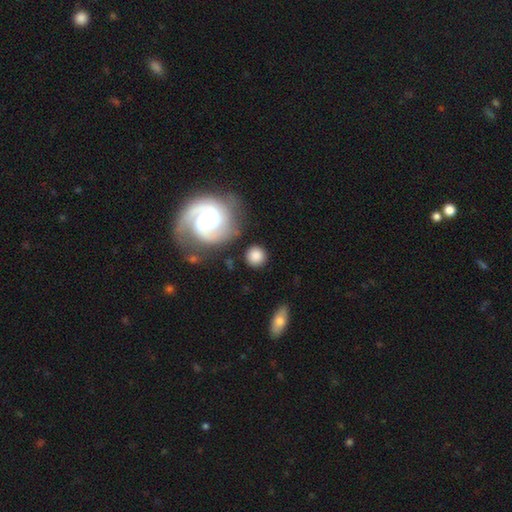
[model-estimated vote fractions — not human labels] Smooth or featured? smooth (73%)
How rounded? round (90%)
Merging? none (78%)